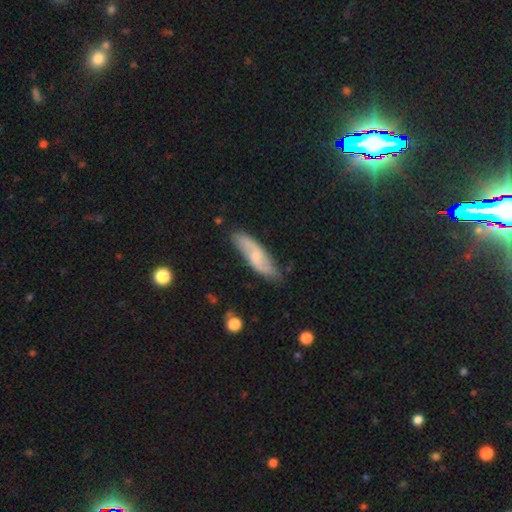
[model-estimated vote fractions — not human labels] smooth-or-featured: smooth: 48% | featured or disk: 46% | star or artifact: 7%
  merging: none: 76% | minor disturbance: 18% | major disturbance: 4% | merger: 2%